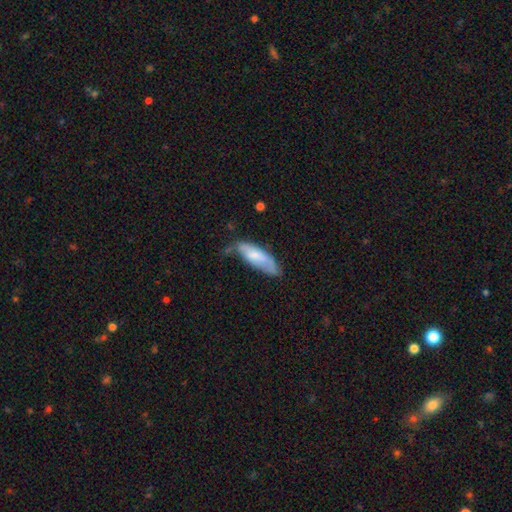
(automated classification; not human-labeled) The model was most divided on "merging": none: 44%, minor disturbance: 39%, major disturbance: 13%, merger: 4%. More confident: smooth or featured — smooth (64%); how rounded — in between (59%).